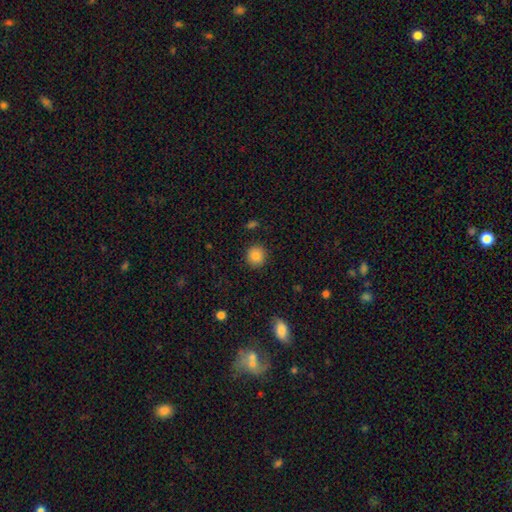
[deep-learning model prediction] Q: Smooth or featured?
A: smooth (85%); runner-up: star or artifact (10%)
Q: How rounded?
A: round (92%); runner-up: in between (7%)
Q: Merging?
A: none (91%); runner-up: minor disturbance (6%)